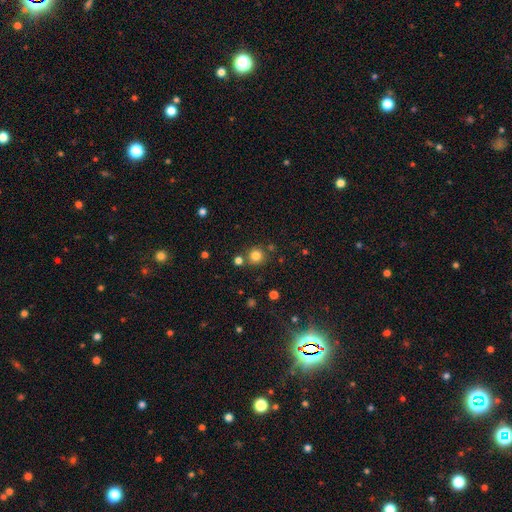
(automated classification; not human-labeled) Smooth or featured?
  - smooth: 80% *
  - star or artifact: 14%
  - featured or disk: 6%
How rounded?
  - round: 92% *
  - in between: 7%
  - cigar-shaped: 1%
Merging?
  - none: 77% *
  - merger: 11%
  - minor disturbance: 8%
  - major disturbance: 3%